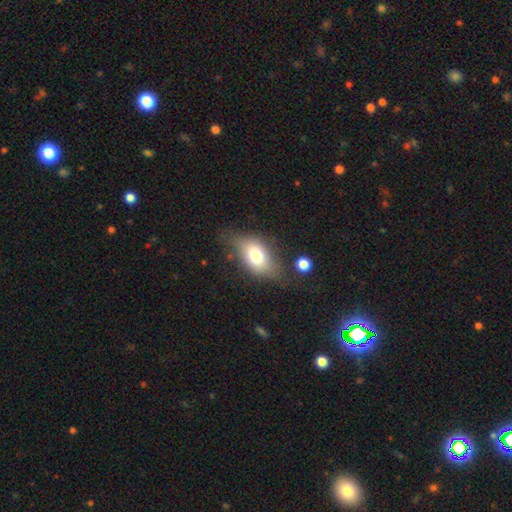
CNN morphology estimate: type=smooth (70%); roundness=in between (83%); merging=none (62%).